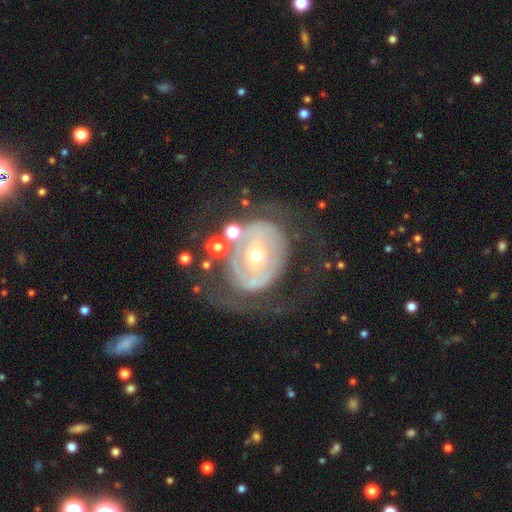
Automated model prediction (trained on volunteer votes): This is likely a featured or disk galaxy (73%). It is clearly not viewed edge-on (96%). Bar: possibly no (58%). Spiral arm pattern: possibly yes (51%). Central bulge: possibly small (58%). Merging: possibly none (48%).